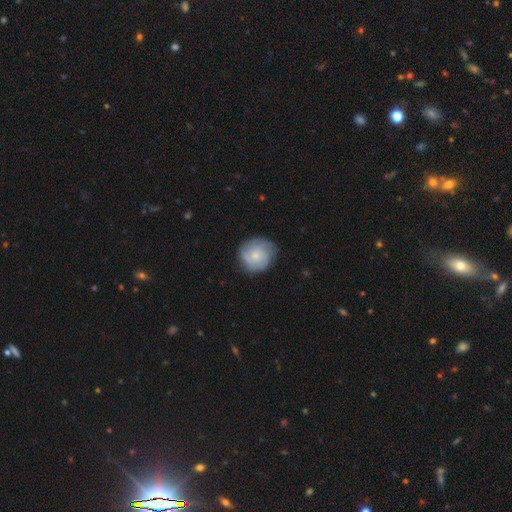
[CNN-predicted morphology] Smooth or featured: featured or disk — 51% (smooth — 43%)
Edge-on disk: no — 98% (yes — 2%)
Merging: none — 74% (minor disturbance — 19%)